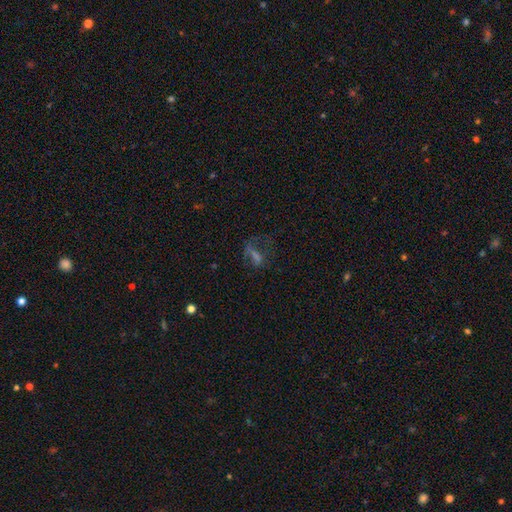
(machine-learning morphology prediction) Smooth or featured? Predicted: smooth (p=0.34, tied with featured or disk). Merging? Predicted: none (p=0.41).